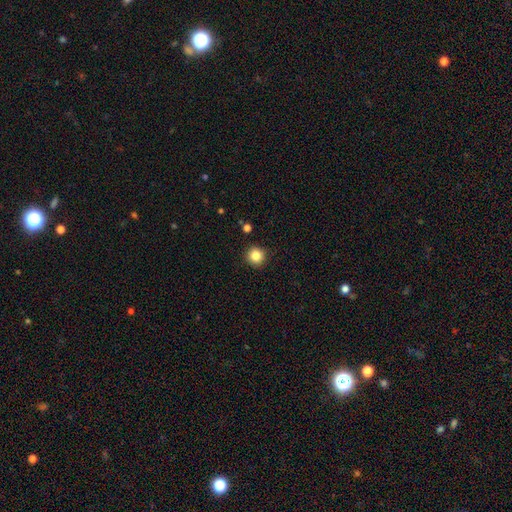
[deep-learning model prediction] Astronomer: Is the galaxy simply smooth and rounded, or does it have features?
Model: smooth — 84%.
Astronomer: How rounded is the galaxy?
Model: round — 94%.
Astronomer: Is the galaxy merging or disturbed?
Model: none — 90%.